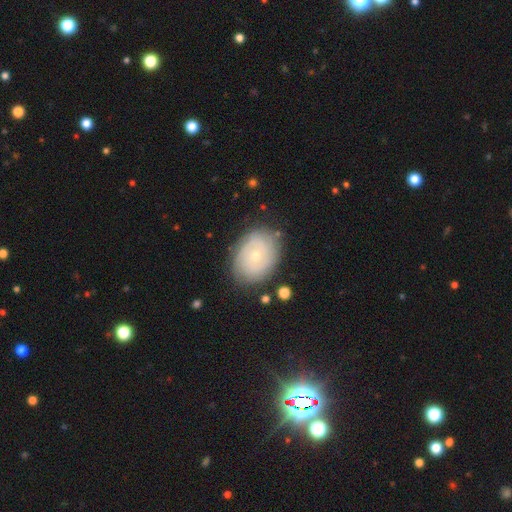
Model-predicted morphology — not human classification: A featured or disk galaxy (67%) with no bar (82%), tight (76%) spiral arms (80%) and a small central bulge (60%). Merging: none (79%).